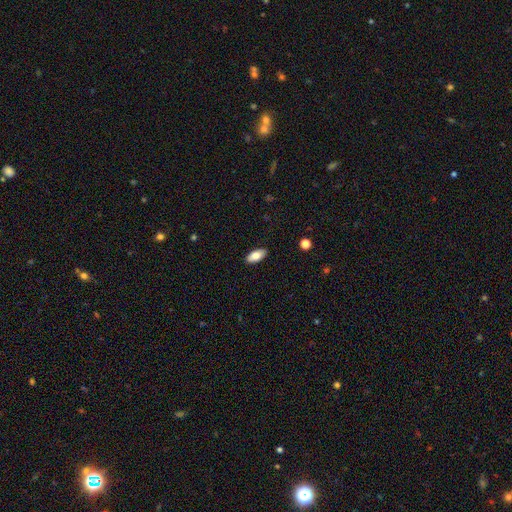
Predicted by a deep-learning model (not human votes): The model was most divided on "smooth or featured": smooth: 78%, featured or disk: 16%, star or artifact: 7%. More confident: merging — none (89%); how rounded — in between (89%).